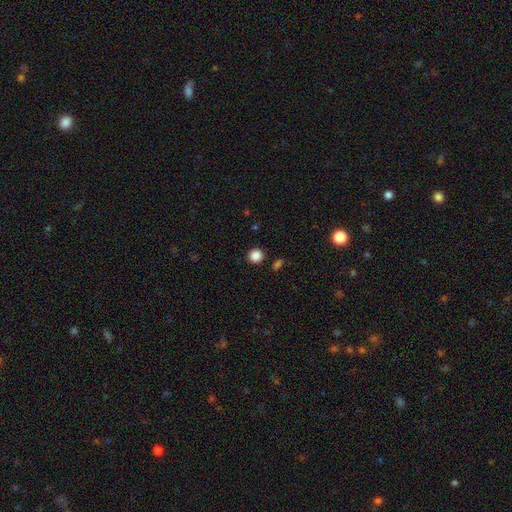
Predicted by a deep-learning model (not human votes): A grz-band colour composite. It shows a smooth galaxy with no disk features (86%) that is round (93%). Merging: none (89%).